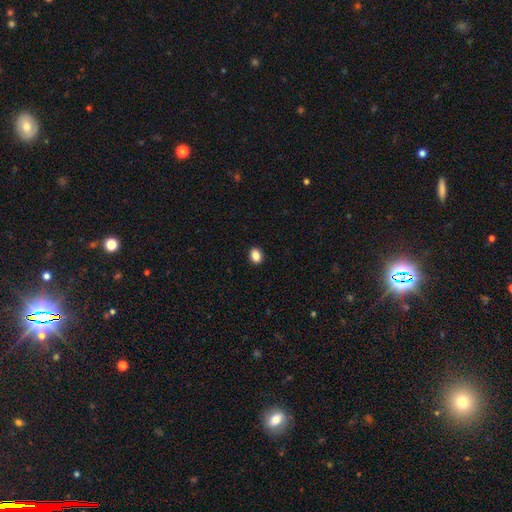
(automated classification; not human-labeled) smooth_or_featured: smooth (p=0.88) [alt: star or artifact p=0.09]
how_rounded: in between (p=0.61) [alt: round p=0.37]
merging: none (p=0.91) [alt: minor disturbance p=0.06]